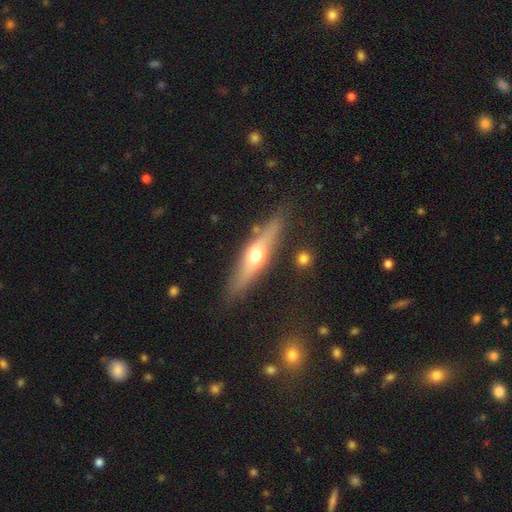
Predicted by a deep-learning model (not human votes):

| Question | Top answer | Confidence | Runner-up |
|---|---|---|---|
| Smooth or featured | featured or disk | 56% | smooth (38%) |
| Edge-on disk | yes | 86% | no (14%) |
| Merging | none | 82% | minor disturbance (12%) |